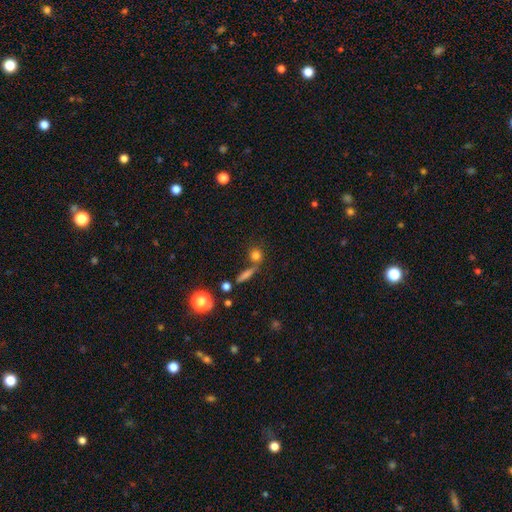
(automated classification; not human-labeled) The model was most divided on "merging": none: 61%, merger: 25%, minor disturbance: 9%, major disturbance: 5%. More confident: how rounded — round (77%); smooth or featured — smooth (75%).